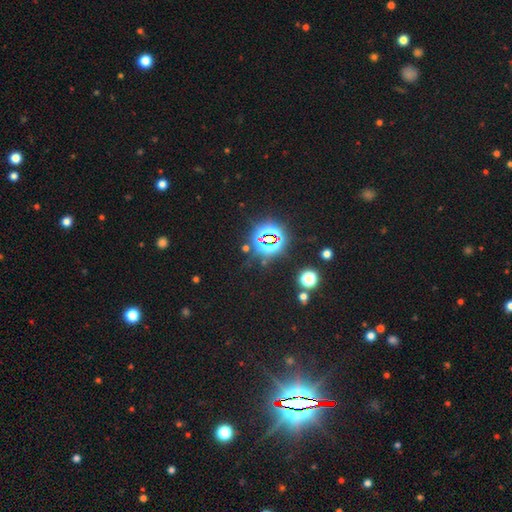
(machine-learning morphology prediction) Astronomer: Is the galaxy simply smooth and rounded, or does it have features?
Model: star or artifact — 85%.